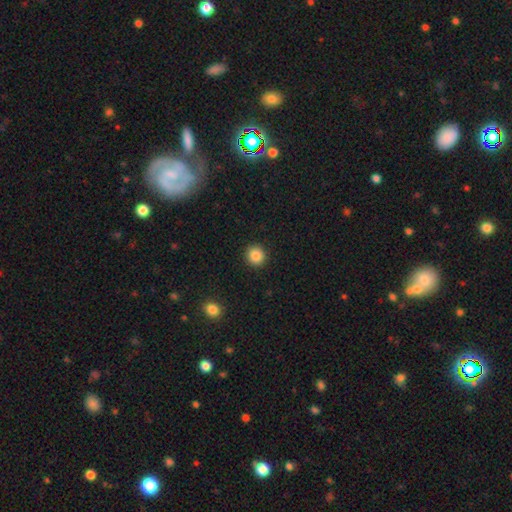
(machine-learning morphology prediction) smooth_or_featured: smooth (p=0.86) [alt: star or artifact p=0.10]
how_rounded: round (p=0.92) [alt: in between p=0.08]
merging: none (p=0.92) [alt: minor disturbance p=0.05]